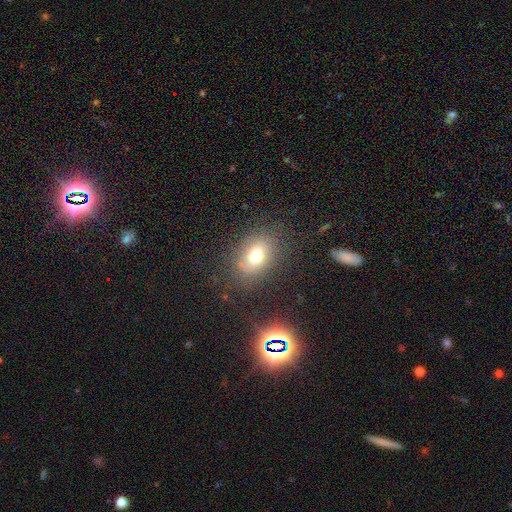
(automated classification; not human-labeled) smooth 71%, featured or disk 16%, star or artifact 13%. Down the decision tree: how rounded — in between (73%); merging — none (78%).